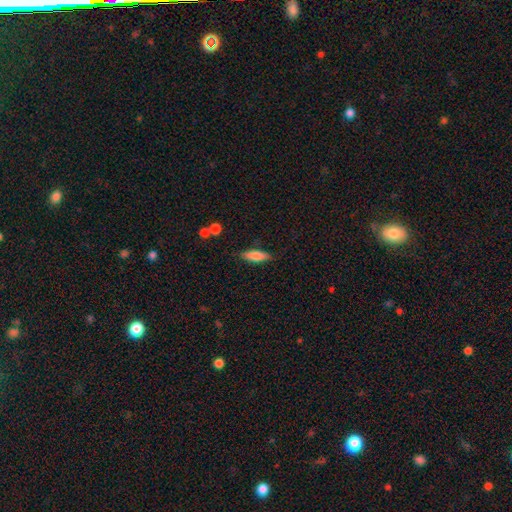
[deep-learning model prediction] smooth_or_featured: smooth (p=0.77) [alt: featured or disk p=0.17]
how_rounded: in between (p=0.51) [alt: cigar-shaped p=0.47]
merging: none (p=0.82) [alt: minor disturbance p=0.13]